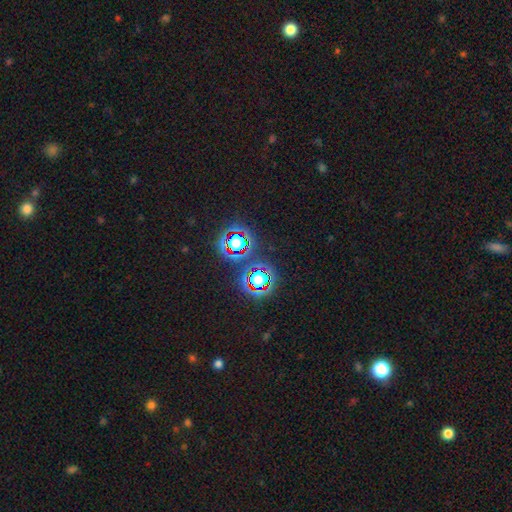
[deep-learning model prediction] A star or artifact, not a galaxy (78%).

Vote fractions:
- Smooth or featured? star or artifact: 78% / smooth: 14% / featured or disk: 8%